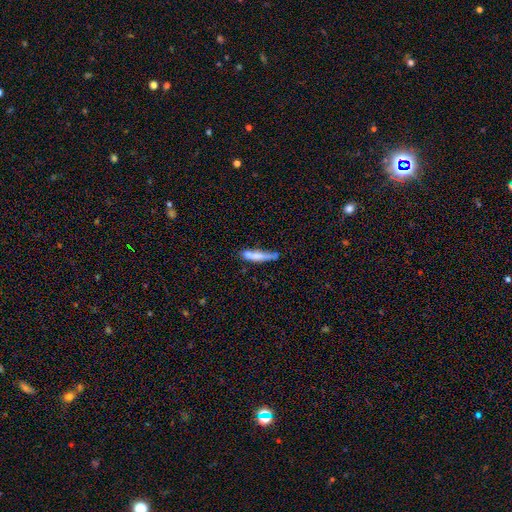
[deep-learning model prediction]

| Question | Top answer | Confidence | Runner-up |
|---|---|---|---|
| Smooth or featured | smooth | 68% | featured or disk (24%) |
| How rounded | cigar-shaped | 88% | in between (10%) |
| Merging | none | 53% | minor disturbance (25%) |